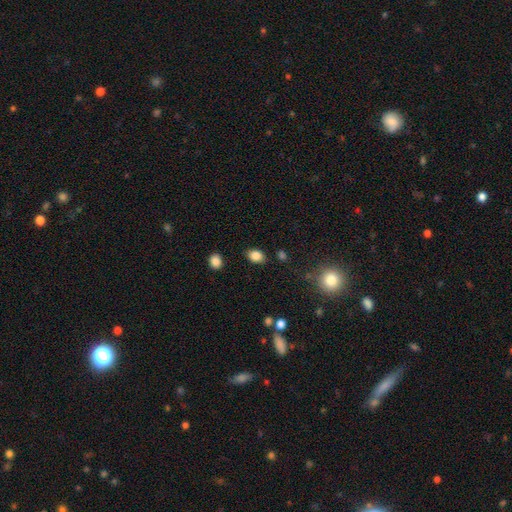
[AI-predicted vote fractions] A smooth galaxy with no disk features (84%) that is in between round and cigar-shaped (74%). Merging: none (84%).